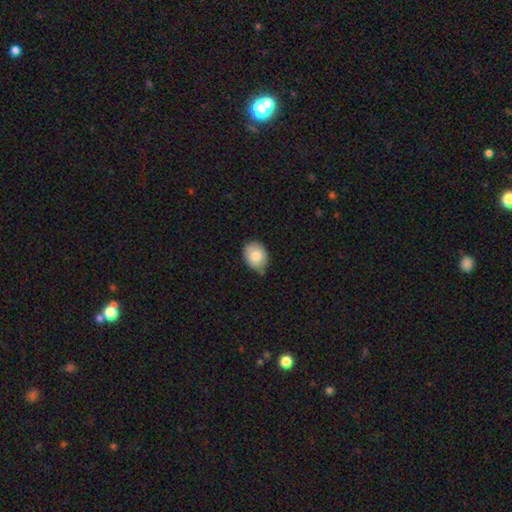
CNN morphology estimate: A smooth galaxy with no disk features (83%) that is in between round and cigar-shaped (62%). Merging: none (68%).